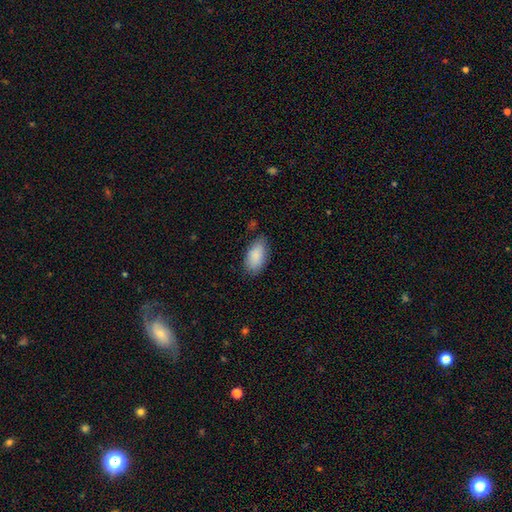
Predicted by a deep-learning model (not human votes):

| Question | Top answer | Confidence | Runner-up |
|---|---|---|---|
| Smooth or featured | smooth | 88% | star or artifact (6%) |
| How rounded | in between | 94% | round (3%) |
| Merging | none | 76% | minor disturbance (18%) |